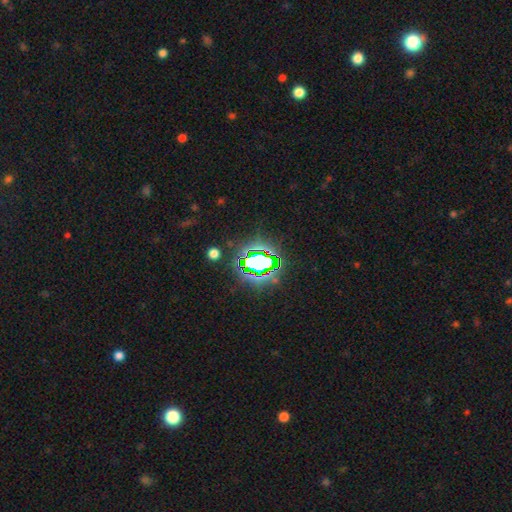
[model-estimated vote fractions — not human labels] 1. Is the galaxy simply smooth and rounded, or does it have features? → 79% star or artifact, 12% smooth, 9% featured or disk.